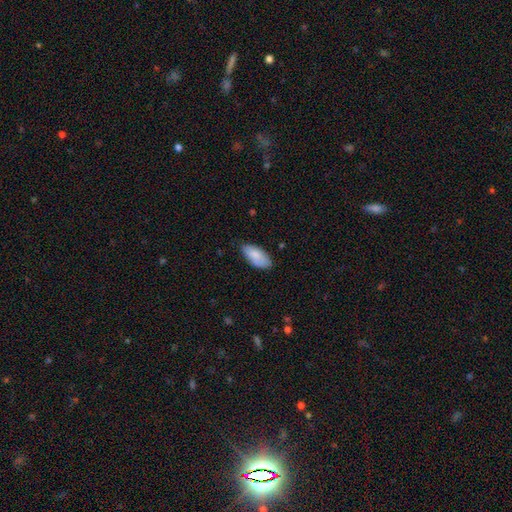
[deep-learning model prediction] smooth 84%, featured or disk 10%, star or artifact 6%. Down the decision tree: how rounded — in between (93%); merging — none (72%).